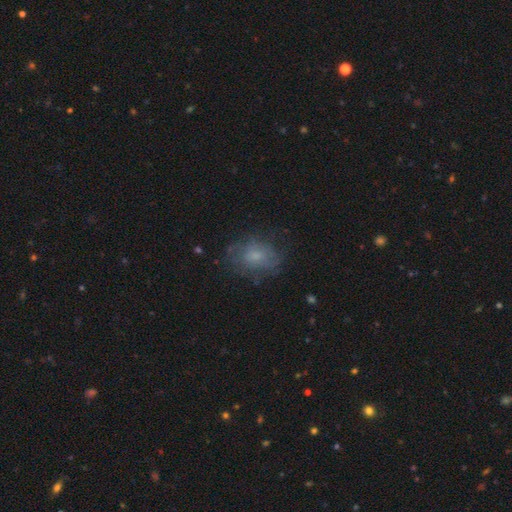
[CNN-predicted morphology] Smooth or featured: smooth — 56% (featured or disk — 32%)
How rounded: in between — 70% (round — 29%)
Merging: none — 63% (minor disturbance — 22%)